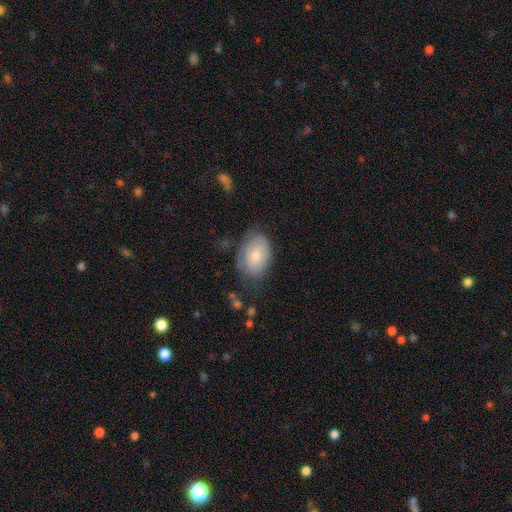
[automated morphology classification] type=smooth (71%); roundness=in between (84%); merging=none (60%).